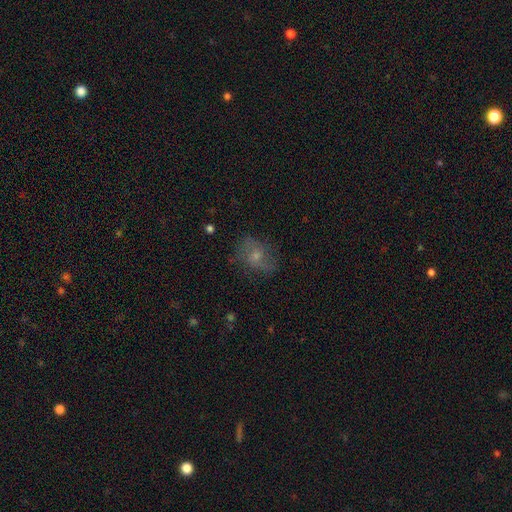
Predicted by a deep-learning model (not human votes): The model was most divided on "smooth or featured": featured or disk: 44%, smooth: 43%, star or artifact: 13%. More confident: merging — none (65%).